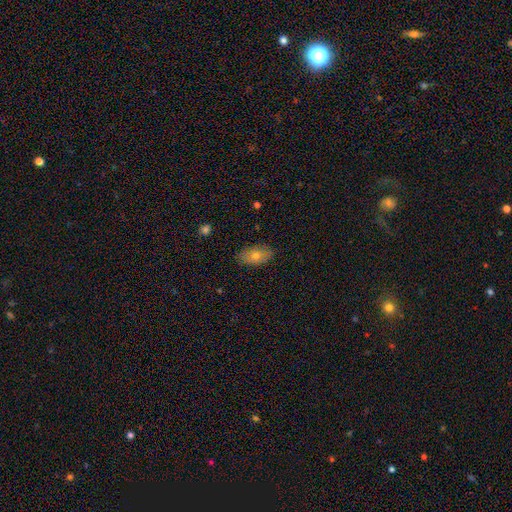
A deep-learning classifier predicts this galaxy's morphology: This is likely a smooth galaxy (71%). How rounded: clearly in between (90%). Merging: clearly none (85%).